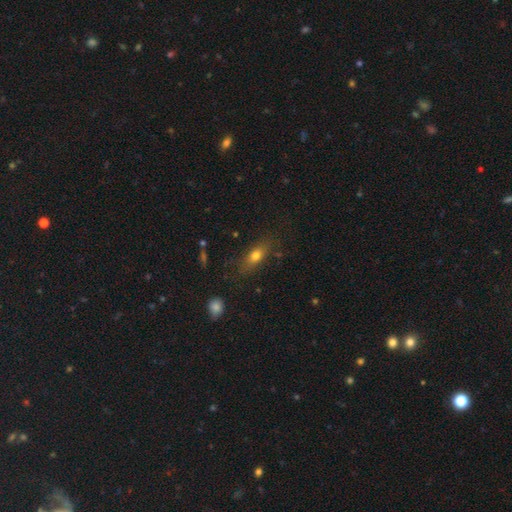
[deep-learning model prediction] Q: Smooth or featured?
A: smooth (71%); runner-up: featured or disk (19%)
Q: How rounded?
A: in between (65%); runner-up: cigar-shaped (26%)
Q: Merging?
A: none (76%); runner-up: minor disturbance (16%)